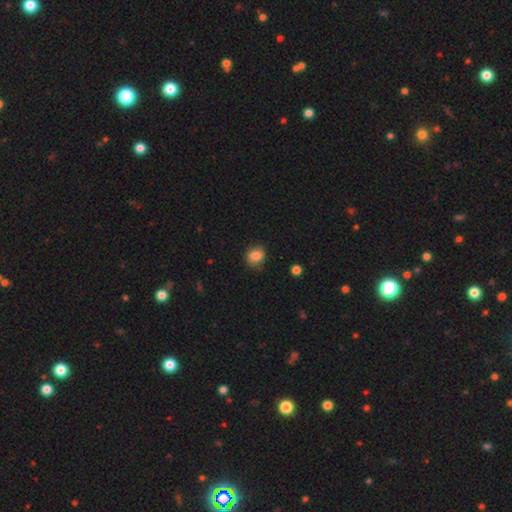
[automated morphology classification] This appears to be a smooth galaxy with no disk features (83%) that is round (65%). Merging: none (76%).